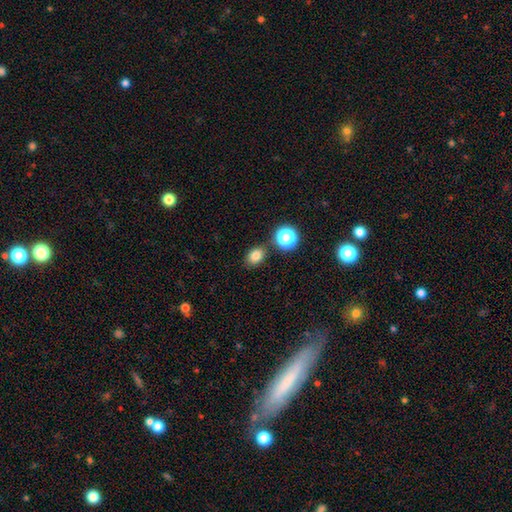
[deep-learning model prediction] Smooth or featured: smooth — 79% (star or artifact — 14%)
How rounded: in between — 60% (round — 39%)
Merging: none — 79% (minor disturbance — 10%)